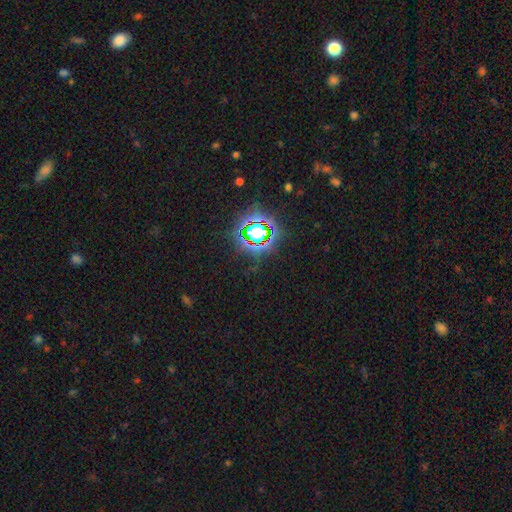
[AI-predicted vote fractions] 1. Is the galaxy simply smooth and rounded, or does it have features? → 79% star or artifact, 13% smooth, 8% featured or disk.